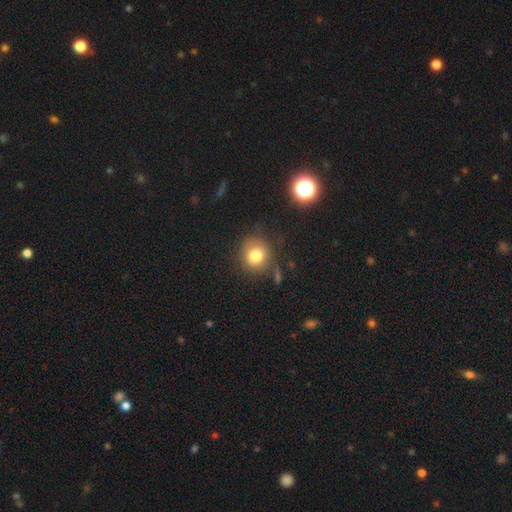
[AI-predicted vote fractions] Smooth or featured: smooth — 78% (star or artifact — 13%)
How rounded: round — 82% (in between — 17%)
Merging: none — 77% (minor disturbance — 14%)